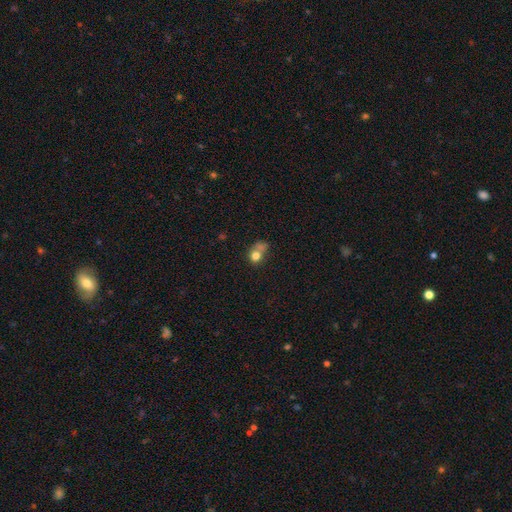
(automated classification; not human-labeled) Overall: smooth (74%). How rounded: round (67%; in between 32%). Merging: merger (34%; none 32%).